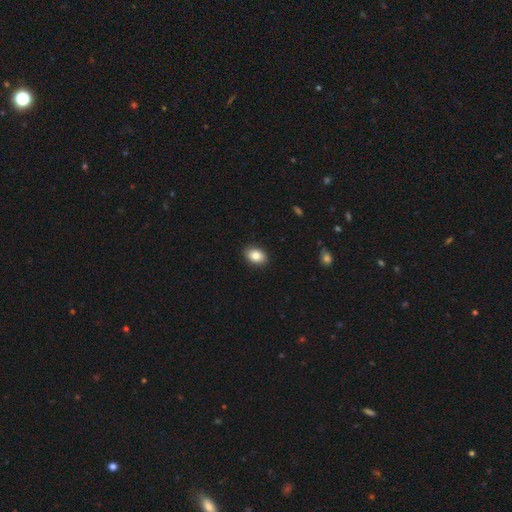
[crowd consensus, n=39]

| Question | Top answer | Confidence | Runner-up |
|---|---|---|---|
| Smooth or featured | smooth | 79% | featured or disk (13%) |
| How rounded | in between | 81% | round (16%) |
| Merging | none | 92% | minor disturbance (3%) |